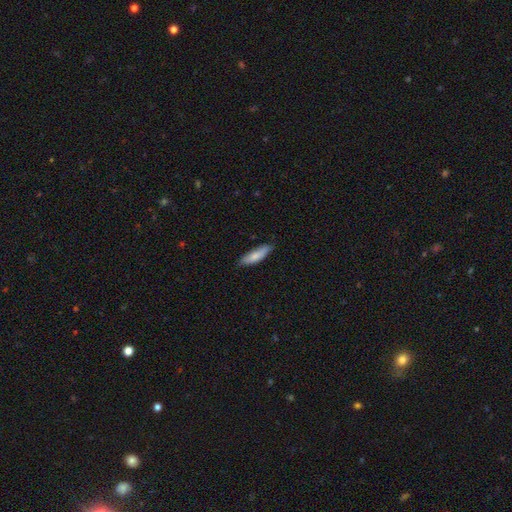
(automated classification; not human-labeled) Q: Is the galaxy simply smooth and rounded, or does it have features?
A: smooth — 82%.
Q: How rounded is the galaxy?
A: cigar-shaped — 58%.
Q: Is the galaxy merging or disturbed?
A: none — 82%.